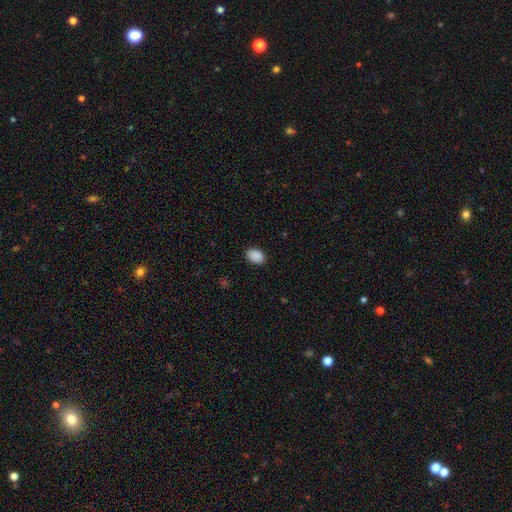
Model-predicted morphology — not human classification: smooth-or-featured: smooth: 90% | star or artifact: 8% | featured or disk: 2%
  how-rounded: in between: 78% | round: 21% | cigar-shaped: 1%
  merging: none: 87% | minor disturbance: 10% | major disturbance: 2% | merger: 1%